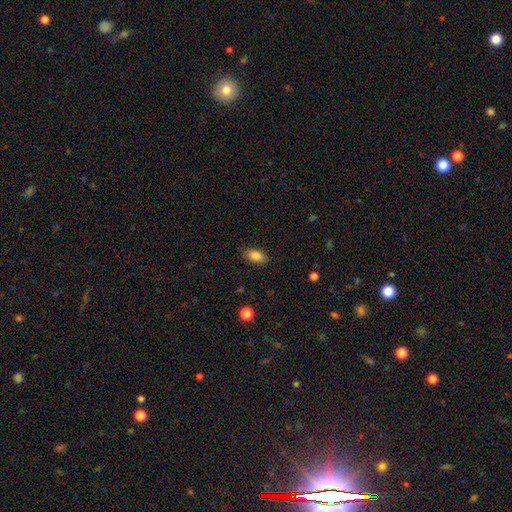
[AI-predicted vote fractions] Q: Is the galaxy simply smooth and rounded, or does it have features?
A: smooth — 85%.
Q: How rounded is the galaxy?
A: in between — 90%.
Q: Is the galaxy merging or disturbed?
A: none — 86%.